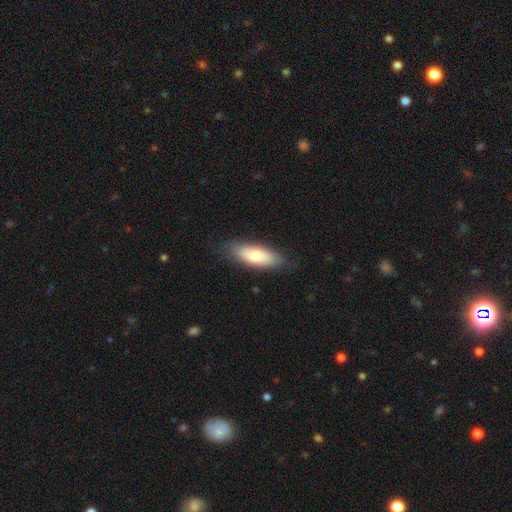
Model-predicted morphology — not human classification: Smooth or featured?
  - smooth: 72% *
  - featured or disk: 22%
  - star or artifact: 6%
How rounded?
  - in between: 71% *
  - cigar-shaped: 27%
  - round: 2%
Merging?
  - none: 80% *
  - minor disturbance: 16%
  - major disturbance: 3%
  - merger: 1%